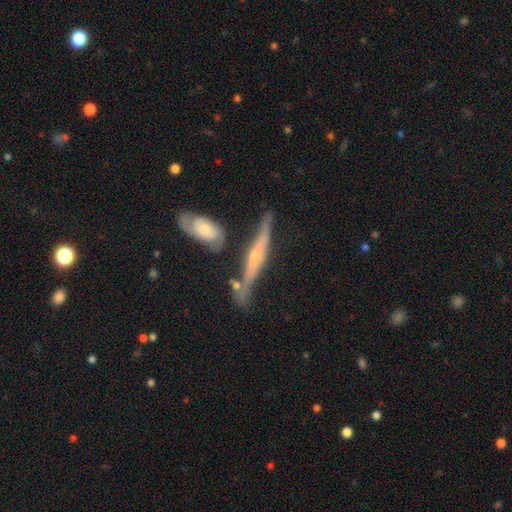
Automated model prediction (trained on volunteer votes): This is likely a featured or disk galaxy (75%). It is clearly viewed edge-on (92%). Edge-on bulge: likely rounded (67%). Merging: likely none (70%).